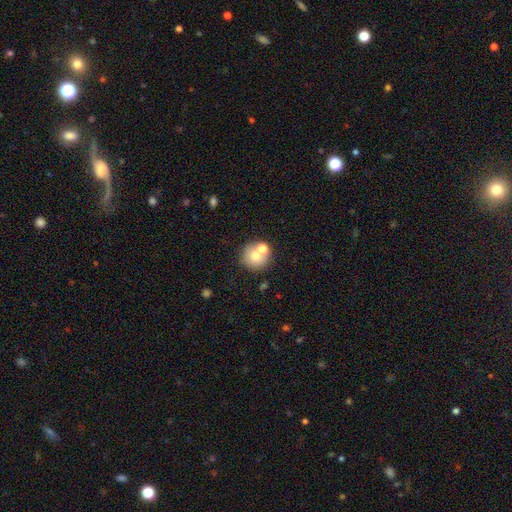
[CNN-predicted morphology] Smooth or featured? Predicted: smooth (p=0.72). How rounded? Predicted: round (p=0.92). Merging? Predicted: none (p=0.62).